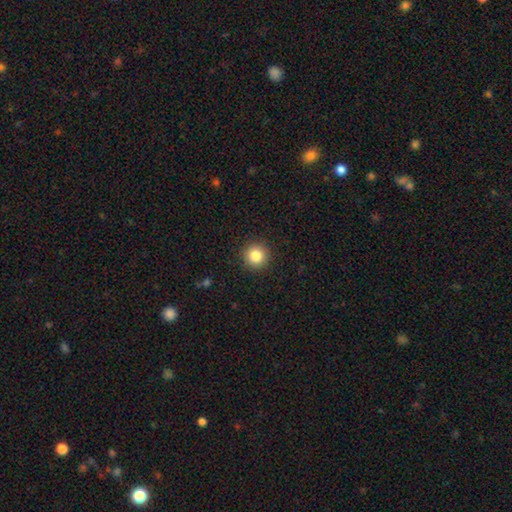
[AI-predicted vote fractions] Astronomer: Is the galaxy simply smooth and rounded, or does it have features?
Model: smooth — 84%.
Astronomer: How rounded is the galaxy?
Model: round — 95%.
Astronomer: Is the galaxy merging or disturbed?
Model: none — 92%.